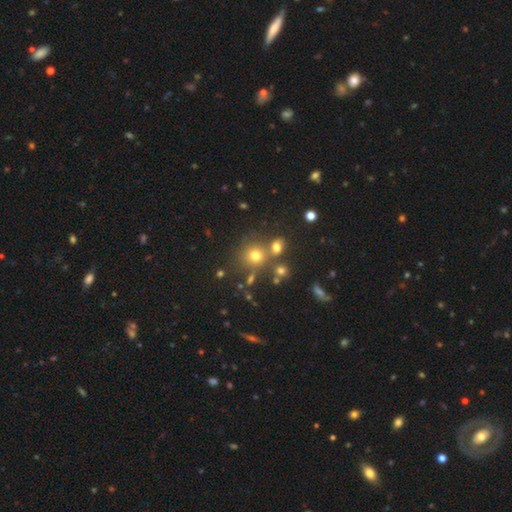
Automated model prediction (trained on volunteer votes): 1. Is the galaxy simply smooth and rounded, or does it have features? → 70% smooth, 20% star or artifact, 11% featured or disk.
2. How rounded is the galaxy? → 85% round, 14% in between, 1% cigar-shaped.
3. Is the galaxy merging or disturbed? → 64% none, 21% merger, 10% minor disturbance, 5% major disturbance.